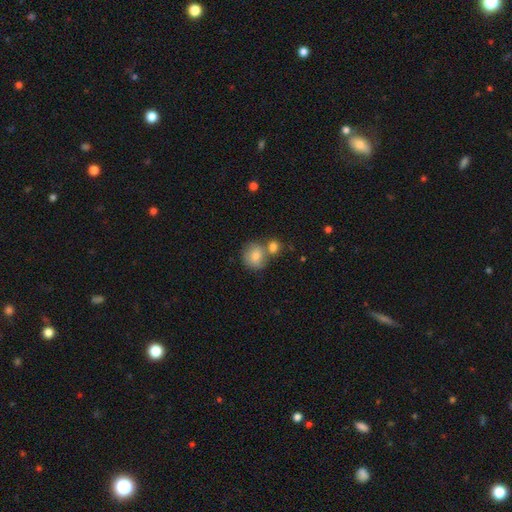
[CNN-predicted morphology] Smooth or featured?
  - smooth: 78% *
  - featured or disk: 13%
  - star or artifact: 9%
How rounded?
  - round: 82% *
  - in between: 17%
  - cigar-shaped: 1%
Merging?
  - none: 50% *
  - merger: 35%
  - minor disturbance: 11%
  - major disturbance: 4%